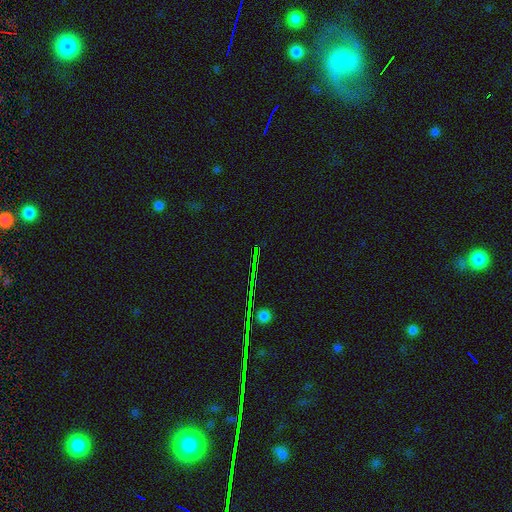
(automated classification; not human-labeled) smooth_or_featured: star or artifact (p=0.76) [alt: featured or disk p=0.13]